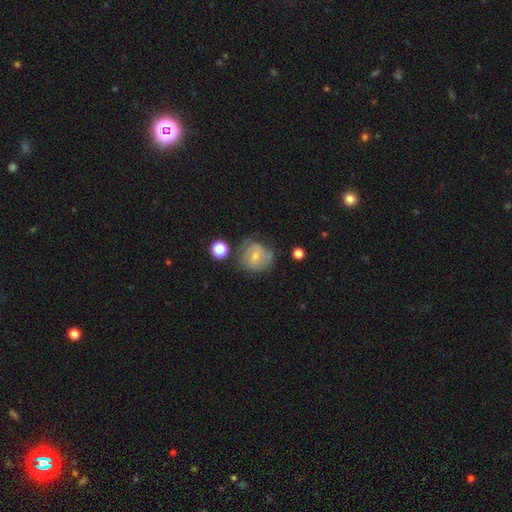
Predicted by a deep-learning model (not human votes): This appears to be a smooth galaxy with no disk features (54%) that is round (82%). Merging: none (54%).